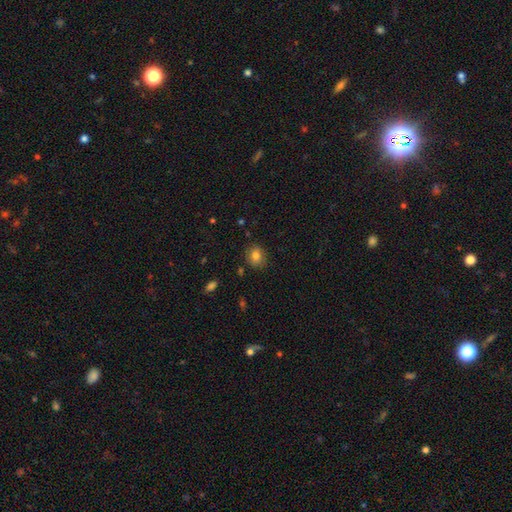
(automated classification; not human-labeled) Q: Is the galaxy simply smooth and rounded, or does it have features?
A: smooth — 80%.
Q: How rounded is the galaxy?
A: round — 61%.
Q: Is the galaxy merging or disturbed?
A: none — 84%.